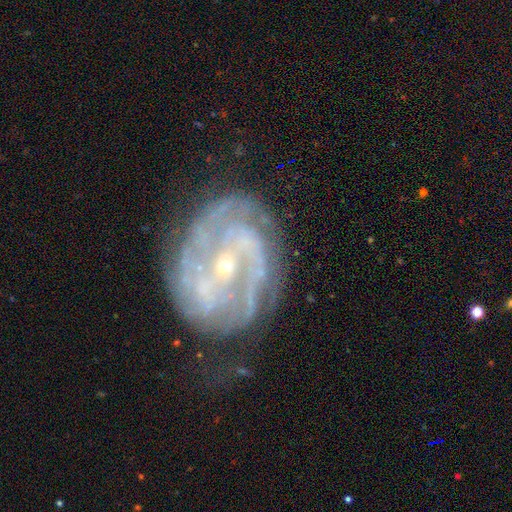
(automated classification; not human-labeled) Q: Smooth or featured?
A: featured or disk (87%); runner-up: star or artifact (7%)
Q: Edge-on disk?
A: no (97%); runner-up: yes (3%)
Q: Bar?
A: no (37%); runner-up: weak (36%)
Q: Spiral arms?
A: yes (94%); runner-up: no (6%)
Q: Spiral winding?
A: tight (52%); runner-up: medium (37%)
Q: Spiral arm count?
A: 2 (39%); runner-up: can't tell (22%)
Q: Bulge size?
A: small (82%); runner-up: moderate (15%)
Q: Merging?
A: none (63%); runner-up: minor disturbance (21%)